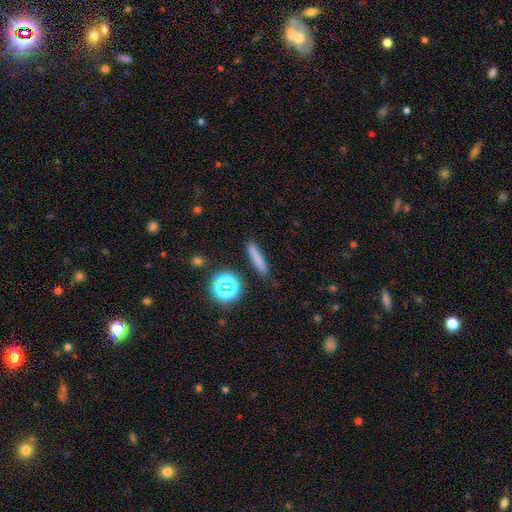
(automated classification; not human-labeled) smooth-or-featured: smooth: 72% | star or artifact: 16% | featured or disk: 12%
  how-rounded: cigar-shaped: 88% | in between: 8% | round: 4%
  merging: none: 86% | minor disturbance: 9% | major disturbance: 3% | merger: 2%